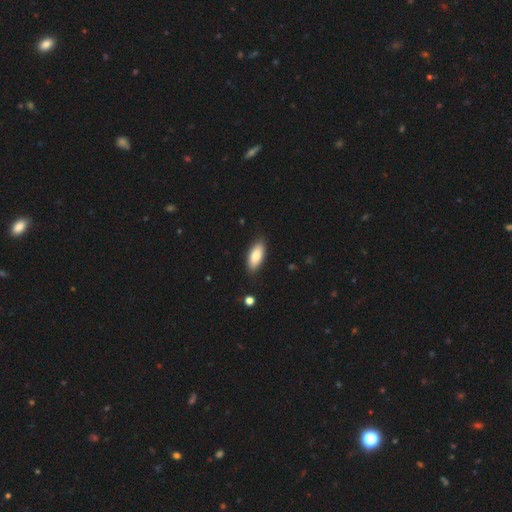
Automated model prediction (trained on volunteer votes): A smooth galaxy with no disk features (82%) that is in between round and cigar-shaped (82%). Merging: none (87%).